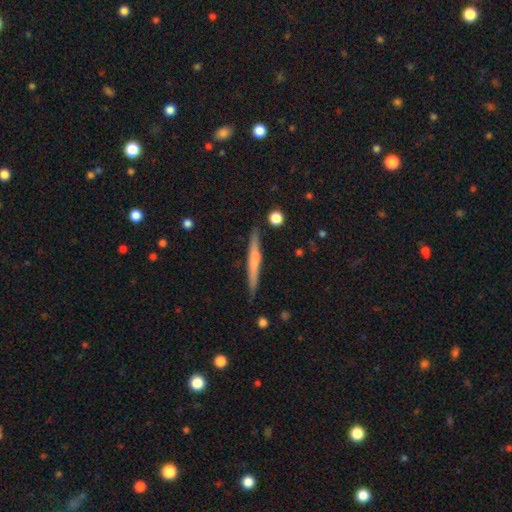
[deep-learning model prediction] A featured or disk galaxy (51%) viewed edge-on (97%). Merging: none (89%).